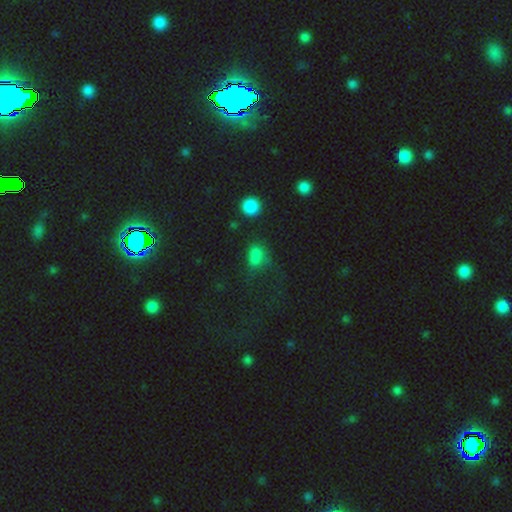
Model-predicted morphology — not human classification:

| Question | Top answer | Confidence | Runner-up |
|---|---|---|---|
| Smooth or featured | smooth | 69% | star or artifact (21%) |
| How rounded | in between | 63% | round (33%) |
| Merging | none | 44% | major disturbance (23%) |